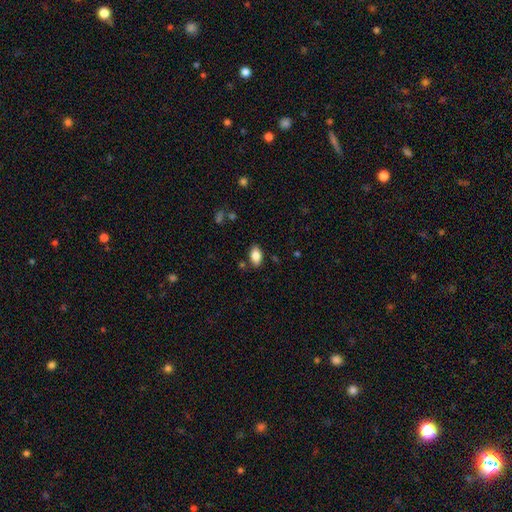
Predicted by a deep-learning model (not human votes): A smooth galaxy with no disk features (85%) that is in between round and cigar-shaped (92%).

Vote fractions:
- Smooth or featured? smooth: 85% / star or artifact: 8% / featured or disk: 7%
- How rounded? in between: 92% / round: 6% / cigar-shaped: 2%
- Merging? none: 84% / minor disturbance: 11% / merger: 3% / major disturbance: 3%